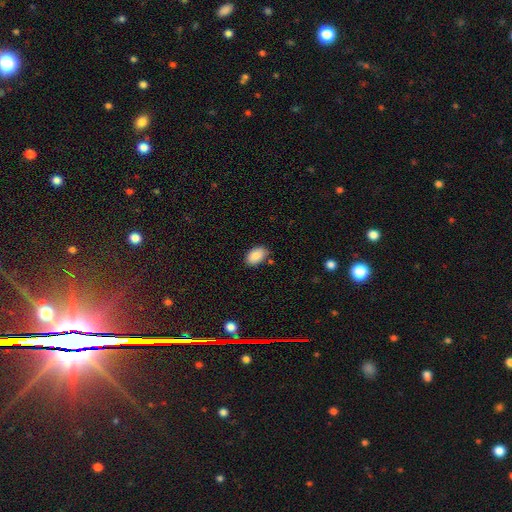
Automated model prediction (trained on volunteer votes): Smooth or featured? smooth (88%)
How rounded? in between (92%)
Merging? none (80%)